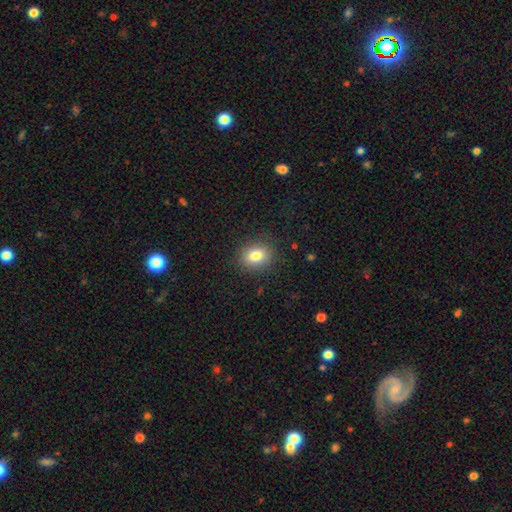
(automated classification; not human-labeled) Smooth or featured?
  - smooth: 82% *
  - star or artifact: 10%
  - featured or disk: 8%
How rounded?
  - round: 56% *
  - in between: 43%
  - cigar-shaped: 1%
Merging?
  - none: 88% *
  - minor disturbance: 8%
  - major disturbance: 3%
  - merger: 1%